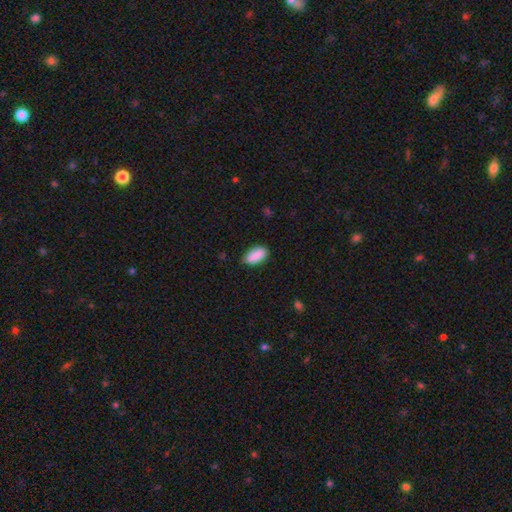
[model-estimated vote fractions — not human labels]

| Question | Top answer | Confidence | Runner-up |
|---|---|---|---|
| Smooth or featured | smooth | 89% | star or artifact (6%) |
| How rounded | in between | 90% | cigar-shaped (8%) |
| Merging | none | 81% | minor disturbance (16%) |